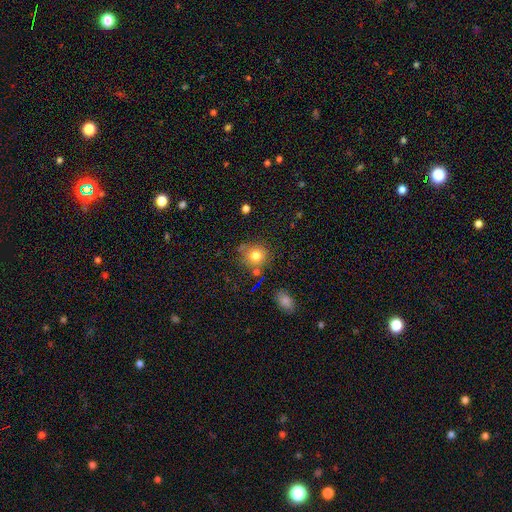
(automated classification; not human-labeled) A smooth galaxy with no disk features (79%) that is round (83%).

Vote fractions:
- Smooth or featured? smooth: 79% / star or artifact: 12% / featured or disk: 9%
- How rounded? round: 83% / in between: 15% / cigar-shaped: 1%
- Merging? none: 72% / minor disturbance: 15% / merger: 9% / major disturbance: 5%